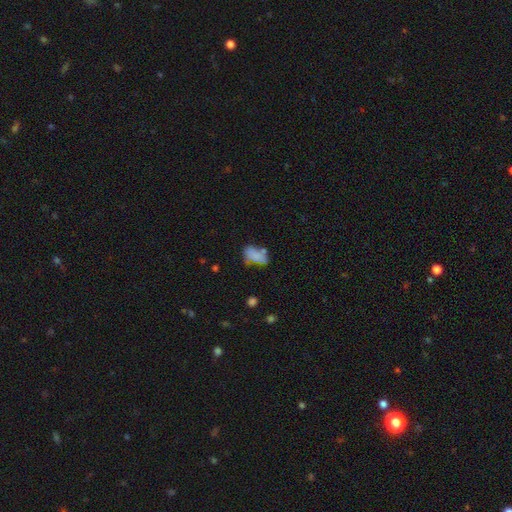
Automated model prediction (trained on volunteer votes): The model was most divided on "merging": none: 36%, minor disturbance: 28%, major disturbance: 21%, merger: 16%. More confident: how rounded — in between (88%); smooth or featured — smooth (69%).